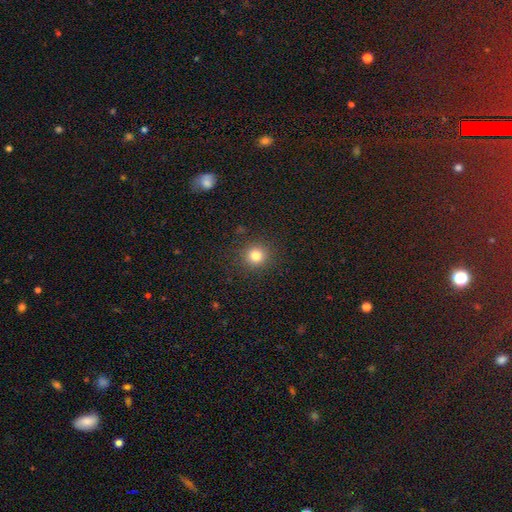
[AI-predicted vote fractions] smooth 81%, star or artifact 14%, featured or disk 5%. Down the decision tree: how rounded — round (92%); merging — none (90%).